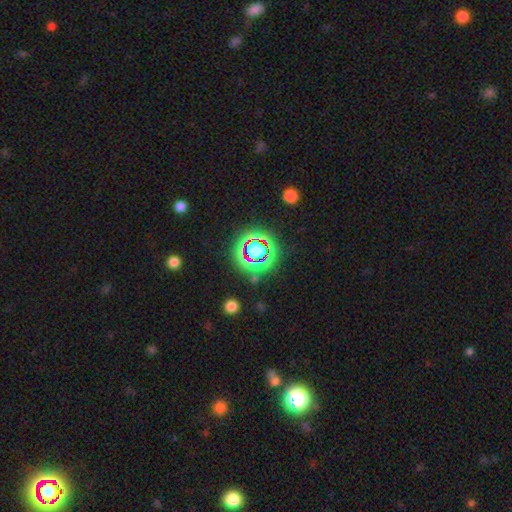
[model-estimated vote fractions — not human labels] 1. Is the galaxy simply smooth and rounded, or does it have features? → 76% star or artifact, 16% smooth, 9% featured or disk.